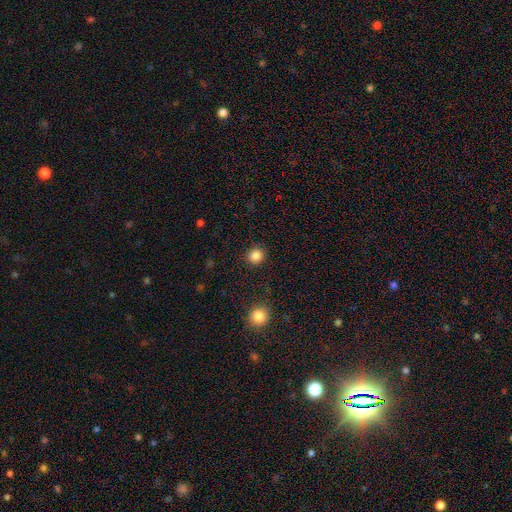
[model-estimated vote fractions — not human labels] Smooth or featured? smooth (86%)
How rounded? round (91%)
Merging? none (90%)